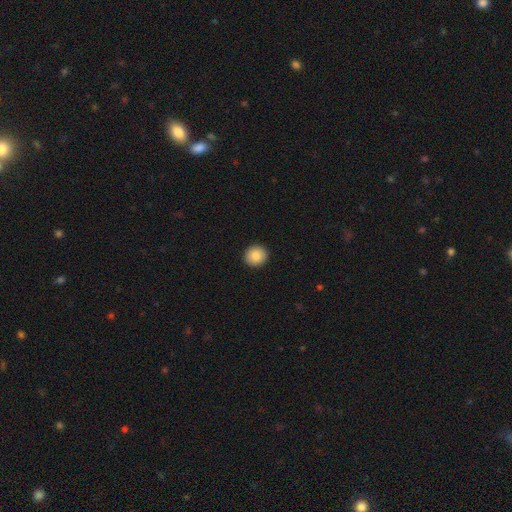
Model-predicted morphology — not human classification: Q: Smooth or featured?
A: smooth (86%); runner-up: star or artifact (8%)
Q: How rounded?
A: round (88%); runner-up: in between (11%)
Q: Merging?
A: none (93%); runner-up: minor disturbance (5%)